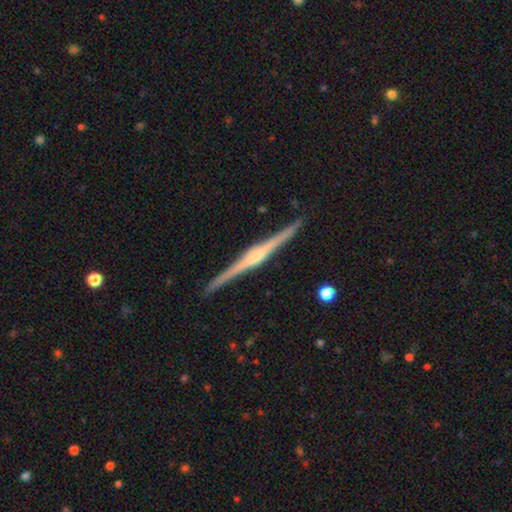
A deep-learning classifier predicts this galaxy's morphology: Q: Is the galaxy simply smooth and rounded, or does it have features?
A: featured or disk — 85%.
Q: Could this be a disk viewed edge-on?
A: yes — 99%.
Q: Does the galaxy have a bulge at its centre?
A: rounded — 70%.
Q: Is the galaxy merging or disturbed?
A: none — 92%.